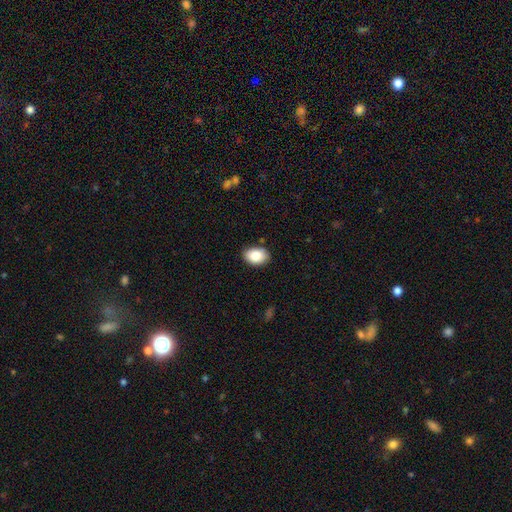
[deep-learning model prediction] smooth_or_featured: smooth (p=0.87) [alt: star or artifact p=0.07]
how_rounded: in between (p=0.83) [alt: round p=0.16]
merging: none (p=0.86) [alt: minor disturbance p=0.11]